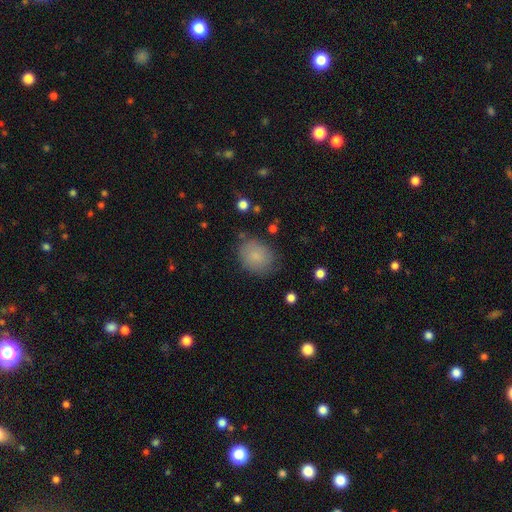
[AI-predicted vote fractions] Q: Smooth or featured?
A: smooth (82%); runner-up: featured or disk (10%)
Q: How rounded?
A: in between (54%); runner-up: round (45%)
Q: Merging?
A: none (74%); runner-up: minor disturbance (18%)